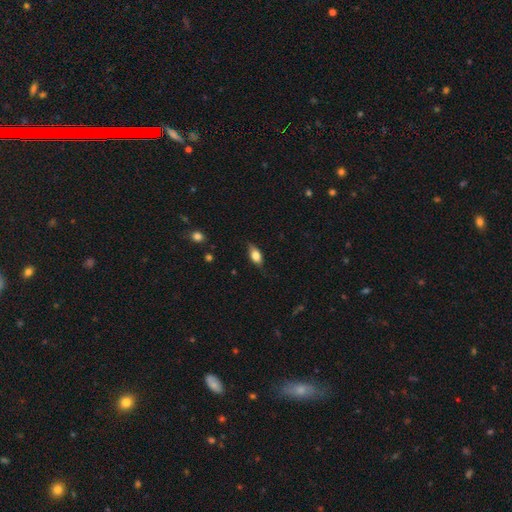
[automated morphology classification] smooth 73%, featured or disk 20%, star or artifact 7%. Down the decision tree: how rounded — in between (85%); merging — none (74%).